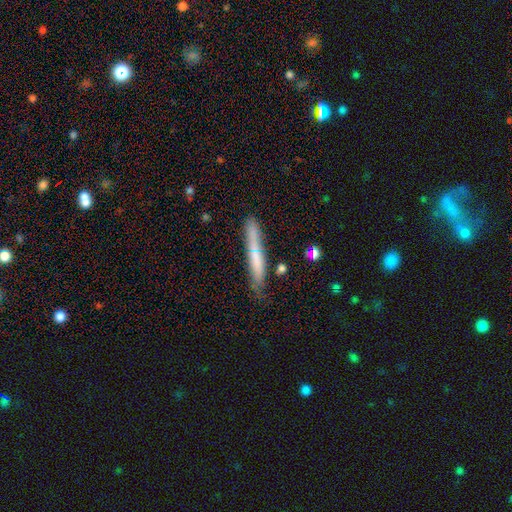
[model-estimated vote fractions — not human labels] smooth-or-featured: smooth: 57% | featured or disk: 37% | star or artifact: 6%
  how-rounded: cigar-shaped: 94% | in between: 4% | round: 1%
  merging: none: 66% | minor disturbance: 23% | merger: 6% | major disturbance: 5%